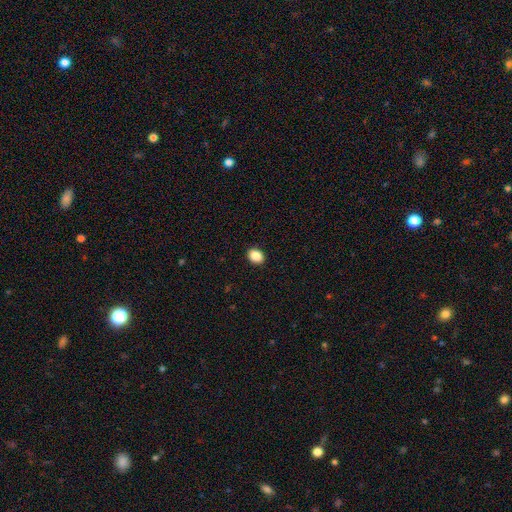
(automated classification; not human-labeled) A smooth galaxy with no disk features (88%) that is in between round and cigar-shaped (60%).

Vote fractions:
- Smooth or featured? smooth: 88% / star or artifact: 9% / featured or disk: 4%
- How rounded? in between: 60% / round: 39% / cigar-shaped: 1%
- Merging? none: 92% / minor disturbance: 6% / major disturbance: 2% / merger: 1%